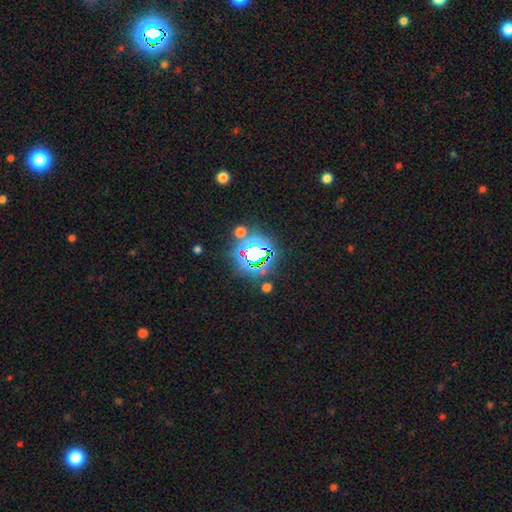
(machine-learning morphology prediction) Smooth or featured? star or artifact (74%)